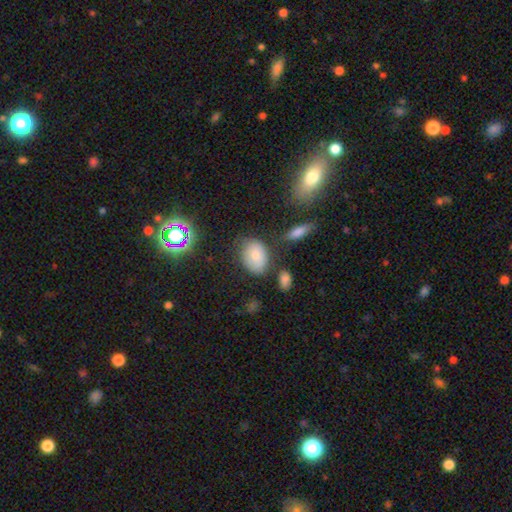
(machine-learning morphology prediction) Smooth or featured?
  - smooth: 78% *
  - featured or disk: 12%
  - star or artifact: 10%
How rounded?
  - in between: 77% *
  - round: 22%
  - cigar-shaped: 1%
Merging?
  - none: 68% *
  - minor disturbance: 19%
  - merger: 7%
  - major disturbance: 6%